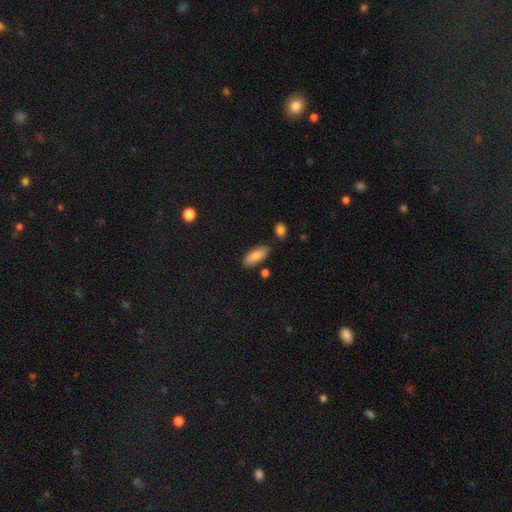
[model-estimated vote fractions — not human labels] This is clearly a smooth galaxy (84%). How rounded: clearly in between (81%). Merging: clearly none (81%).